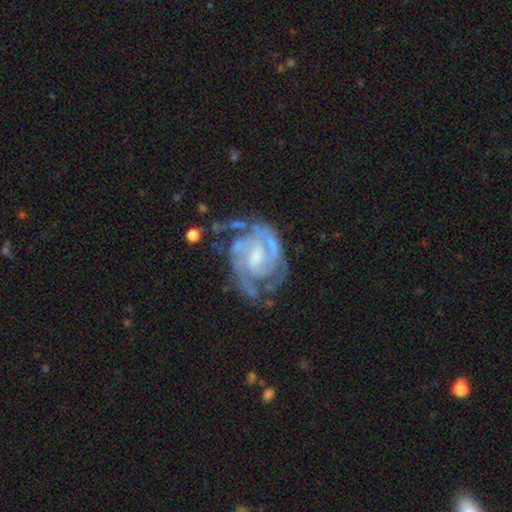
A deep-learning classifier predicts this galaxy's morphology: smooth-or-featured: featured or disk: 90% | smooth: 5% | star or artifact: 5%
  disk-edge-on: no: 98% | yes: 2%
    bar: weak: 50% | no: 33% | strong: 17%
    has-spiral-arms: yes: 96% | no: 4%
      spiral-winding: tight: 55% | medium: 38% | loose: 7%
      spiral-arm-count: 2: 46% | 3: 22% | can't tell: 18% | 4: 6% | 1: 4% | more than 4: 4%
    bulge-size: moderate: 40% | small: 35% | none: 17% | large: 7% | dominant: 1%
  merging: none: 57% | minor disturbance: 23% | major disturbance: 17% | merger: 4%